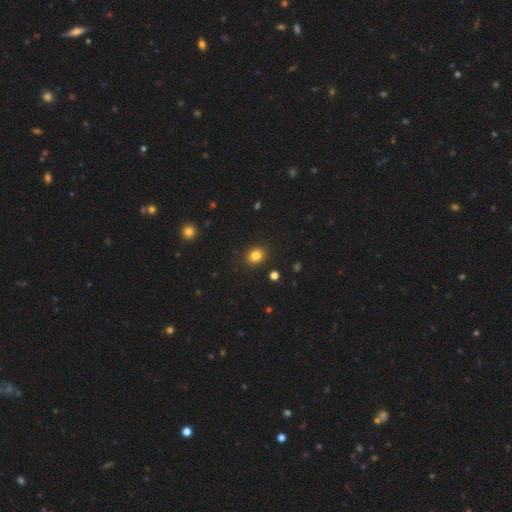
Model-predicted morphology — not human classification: type=smooth (82%); roundness=round (65%); merging=none (90%).